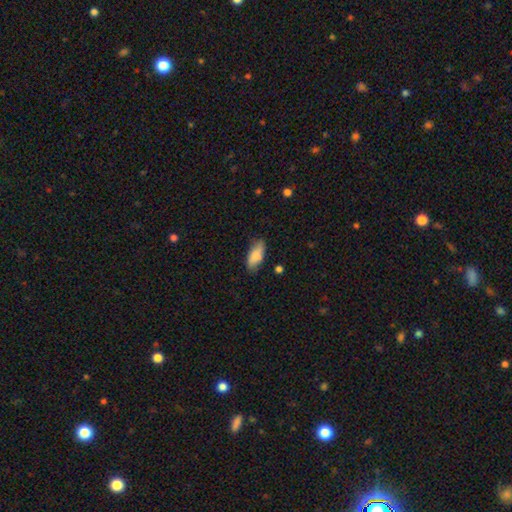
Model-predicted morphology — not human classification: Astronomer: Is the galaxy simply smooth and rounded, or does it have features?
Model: smooth — 81%.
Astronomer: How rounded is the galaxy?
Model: in between — 81%.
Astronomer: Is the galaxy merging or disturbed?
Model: none — 72%.